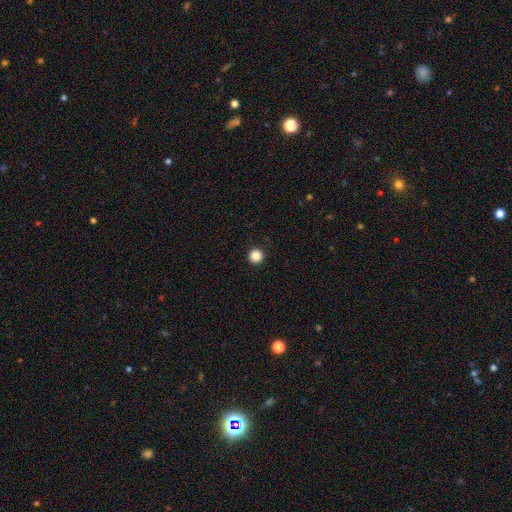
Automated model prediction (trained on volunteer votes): This appears to be a smooth galaxy with no disk features (86%) that is round (97%). Merging: none (94%).